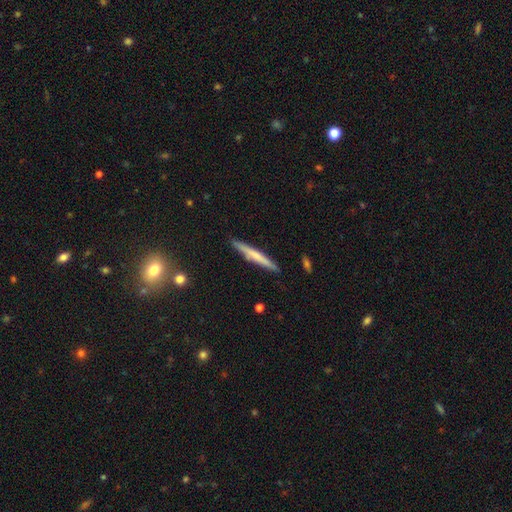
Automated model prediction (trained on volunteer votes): smooth 55%, featured or disk 39%, star or artifact 6%. Down the decision tree: how rounded — cigar-shaped (95%); merging — none (88%).